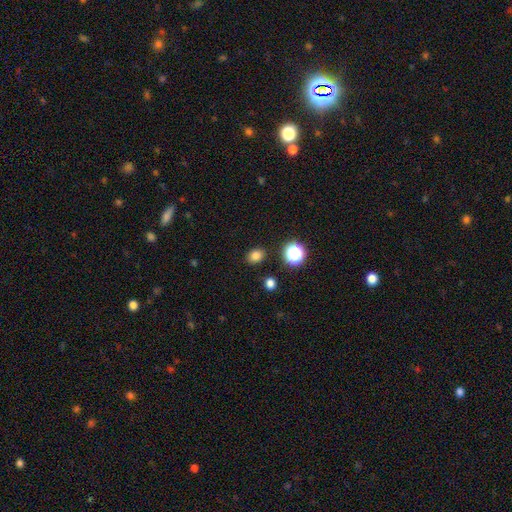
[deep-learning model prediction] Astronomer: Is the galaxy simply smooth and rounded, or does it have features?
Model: smooth — 81%.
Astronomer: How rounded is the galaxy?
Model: round — 52% (runner-up: in between, 47%).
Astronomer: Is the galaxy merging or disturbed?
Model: none — 88%.